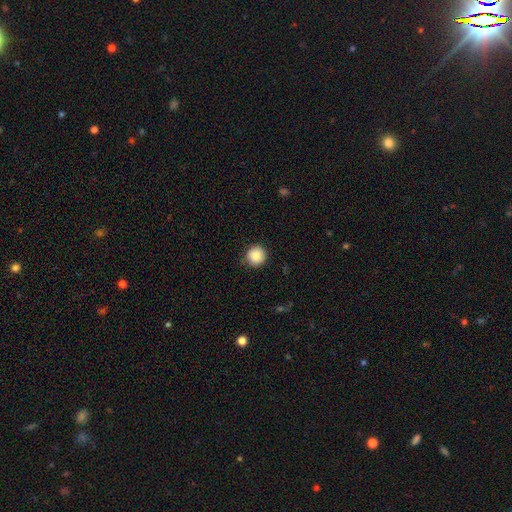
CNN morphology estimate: Overall: smooth (88%). How rounded: round (95%). Merging: none (87%).